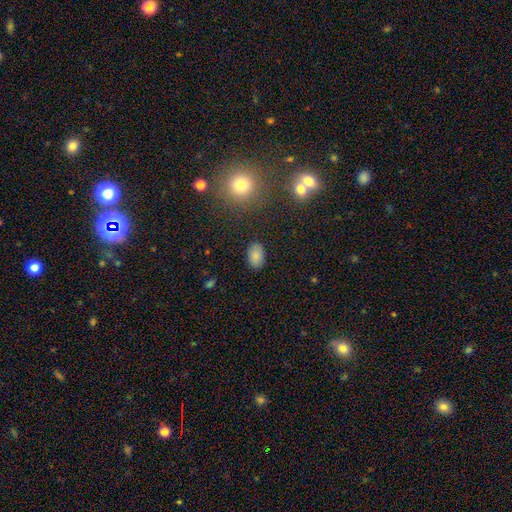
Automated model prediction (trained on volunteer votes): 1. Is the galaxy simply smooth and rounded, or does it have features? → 83% smooth, 11% star or artifact, 6% featured or disk.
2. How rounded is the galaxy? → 88% in between, 11% round, 1% cigar-shaped.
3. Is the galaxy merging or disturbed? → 86% none, 10% minor disturbance, 3% major disturbance, 1% merger.